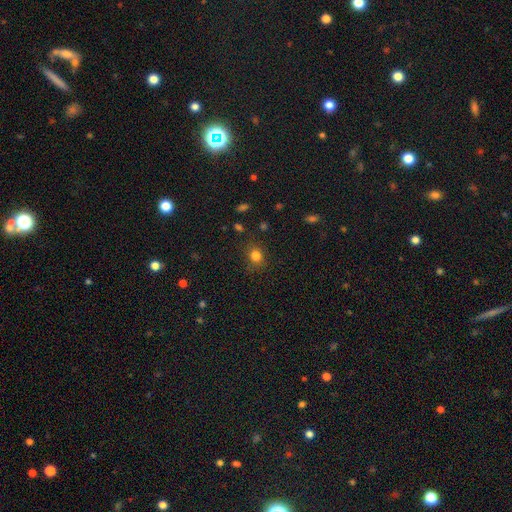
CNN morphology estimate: This is clearly a smooth galaxy (81%). How rounded: likely round (67%). Merging: clearly none (81%).